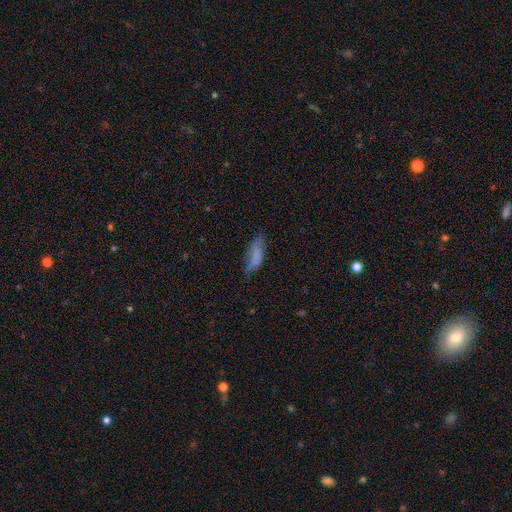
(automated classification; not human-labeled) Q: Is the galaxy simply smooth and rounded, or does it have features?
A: smooth — 71%.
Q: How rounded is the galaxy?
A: in between — 59%.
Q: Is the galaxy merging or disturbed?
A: none — 44%.